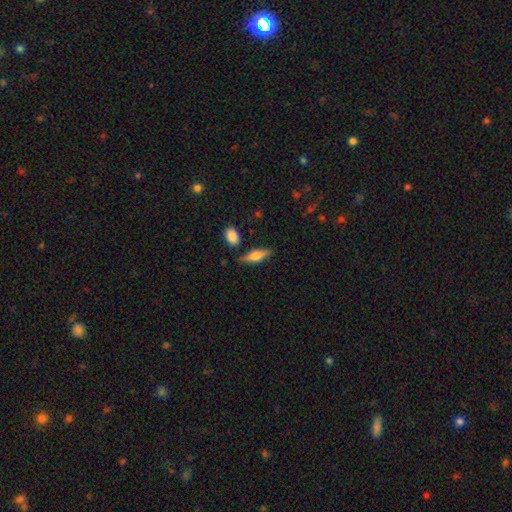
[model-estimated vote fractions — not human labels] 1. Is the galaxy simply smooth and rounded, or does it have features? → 51% smooth, 42% featured or disk, 7% star or artifact.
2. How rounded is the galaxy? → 50% cigar-shaped, 46% in between, 4% round.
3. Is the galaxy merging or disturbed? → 79% none, 13% minor disturbance, 5% merger, 3% major disturbance.